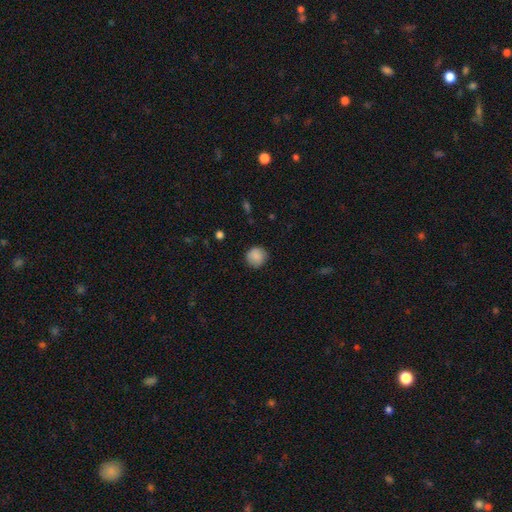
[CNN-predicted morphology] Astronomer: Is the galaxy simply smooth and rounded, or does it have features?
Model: smooth — 88%.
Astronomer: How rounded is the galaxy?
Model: round — 91%.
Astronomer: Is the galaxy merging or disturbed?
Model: none — 86%.